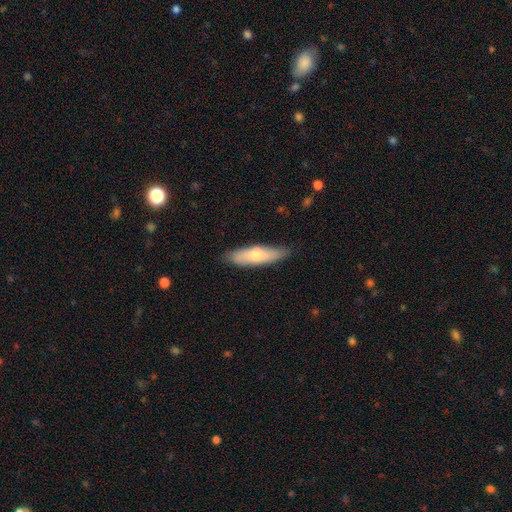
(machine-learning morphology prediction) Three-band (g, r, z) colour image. It shows a smooth galaxy with no disk features (68%) that is cigar-shaped (61%). Merging: none (77%).